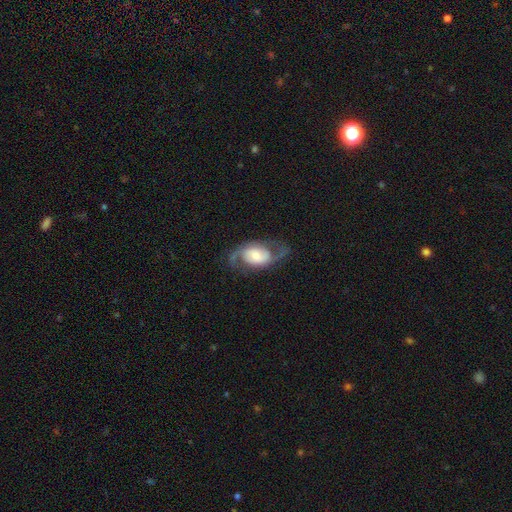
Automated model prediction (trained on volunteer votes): smooth_or_featured: featured or disk (p=0.76) [alt: smooth p=0.18]
disk_edge_on: no (p=0.96) [alt: yes p=0.04]
bar: no (p=0.53) [alt: weak p=0.35]
has_spiral_arms: yes (p=0.89) [alt: no p=0.11]
spiral_winding: medium (p=0.43) [alt: loose p=0.42]
spiral_arm_count: 2 (p=0.89) [alt: can't tell p=0.05]
bulge_size: moderate (p=0.42) [alt: small p=0.31]
merging: none (p=0.63) [alt: minor disturbance p=0.18]